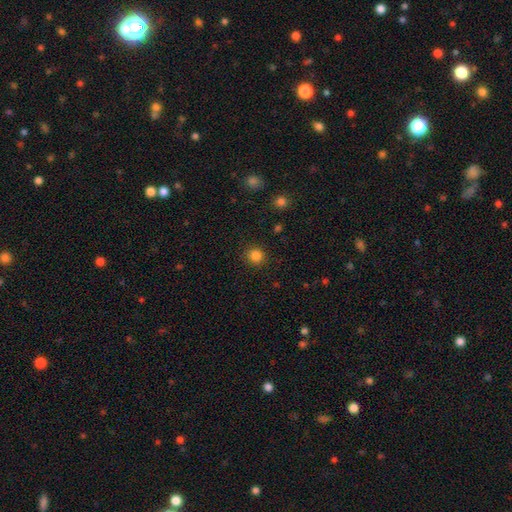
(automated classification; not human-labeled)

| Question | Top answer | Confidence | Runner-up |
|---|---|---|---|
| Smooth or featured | smooth | 84% | star or artifact (12%) |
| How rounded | round | 92% | in between (7%) |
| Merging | none | 90% | minor disturbance (7%) |